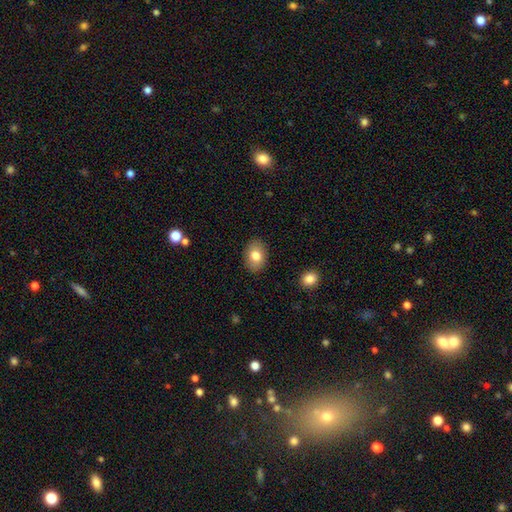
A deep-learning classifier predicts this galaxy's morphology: smooth-or-featured: smooth: 80% | featured or disk: 12% | star or artifact: 8%
  how-rounded: in between: 79% | round: 20% | cigar-shaped: 1%
  merging: none: 88% | minor disturbance: 9% | major disturbance: 2% | merger: 1%